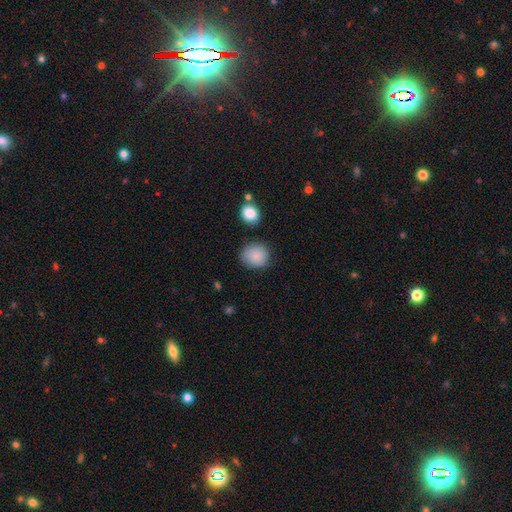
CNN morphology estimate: type=smooth (86%); roundness=round (80%); merging=none (78%).